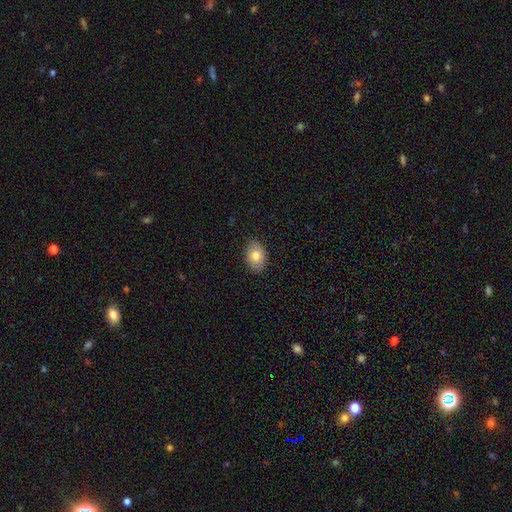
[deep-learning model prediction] Overall: smooth (79%). How rounded: in between (78%). Merging: none (85%).